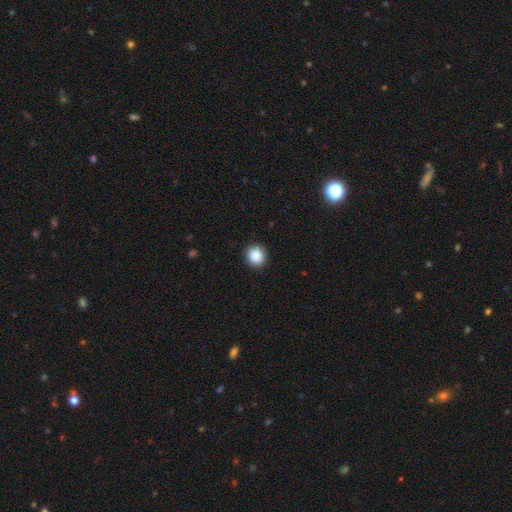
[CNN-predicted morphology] smooth 89%, star or artifact 9%, featured or disk 3%. Down the decision tree: how rounded — round (85%); merging — none (90%).